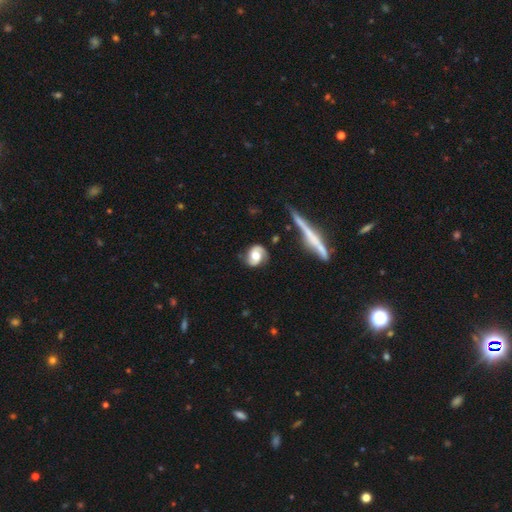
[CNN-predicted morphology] A featured or disk galaxy (66%) with no bar (62%), 2 (88%) medium (44%) spiral arms (90%) and a moderate central bulge (61%).

Vote fractions:
- Smooth or featured? featured or disk: 66% / smooth: 28% / star or artifact: 6%
- Edge-on disk? no: 95% / yes: 5%
- Bar? no: 62% / weak: 28% / strong: 10%
- Spiral arms? yes: 90% / no: 10%
- Spiral winding? medium: 44% / loose: 29% / tight: 27%
- Spiral arm count? 2: 88% / can't tell: 5% / 1: 4% / 3: 1% / 4: 1% / more than 4: 1%
- Bulge size? moderate: 61% / large: 26% / small: 8% / none: 2% / dominant: 2%
- Merging? none: 75% / minor disturbance: 17% / major disturbance: 6% / merger: 3%